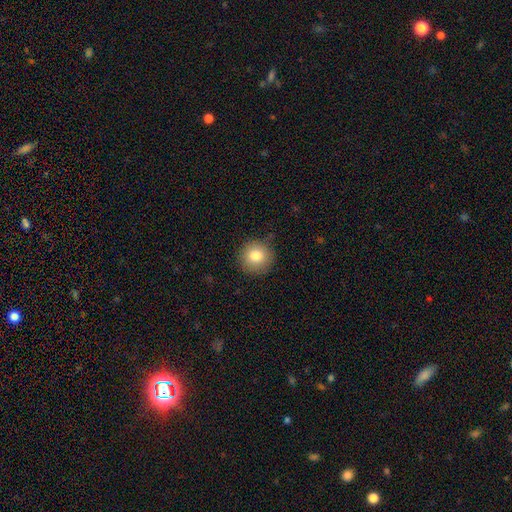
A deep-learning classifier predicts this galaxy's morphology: This appears to be a smooth galaxy with no disk features (81%) that is round (94%). Merging: none (88%).